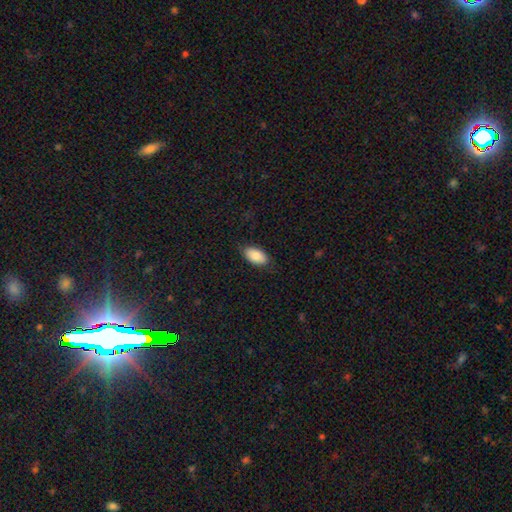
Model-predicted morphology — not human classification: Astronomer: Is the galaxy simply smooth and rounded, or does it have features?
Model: smooth — 86%.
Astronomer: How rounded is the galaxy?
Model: in between — 94%.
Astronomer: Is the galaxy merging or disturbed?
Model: none — 82%.